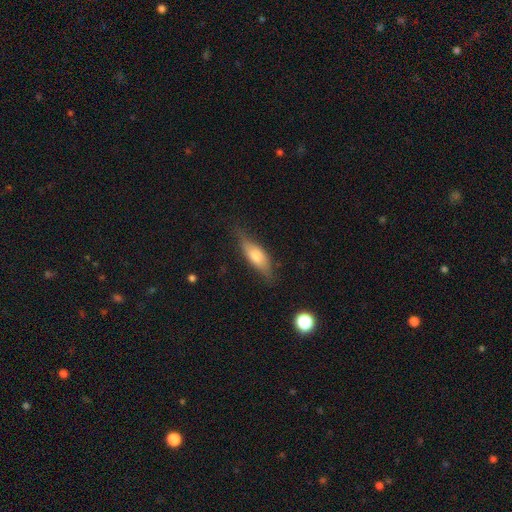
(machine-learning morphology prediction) Smooth or featured: smooth — 59% (featured or disk — 34%)
How rounded: in between — 53% (cigar-shaped — 44%)
Merging: none — 69% (minor disturbance — 23%)